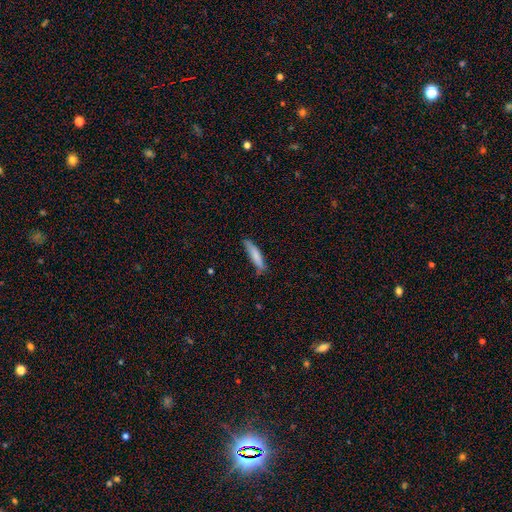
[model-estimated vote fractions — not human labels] Q: Smooth or featured?
A: smooth (81%); runner-up: featured or disk (13%)
Q: How rounded?
A: cigar-shaped (79%); runner-up: in between (19%)
Q: Merging?
A: none (68%); runner-up: minor disturbance (25%)